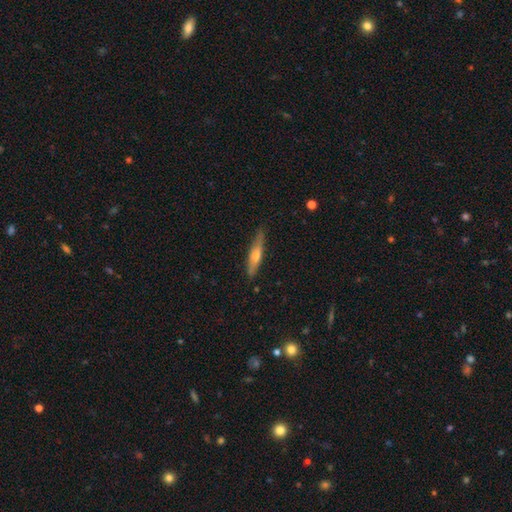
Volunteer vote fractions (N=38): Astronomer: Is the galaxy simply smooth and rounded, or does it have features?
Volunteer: featured or disk — 68%.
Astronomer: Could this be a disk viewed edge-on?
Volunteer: yes — 96%.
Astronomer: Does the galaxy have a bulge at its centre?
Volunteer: rounded — 100%.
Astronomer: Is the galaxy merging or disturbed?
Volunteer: none — 92%.